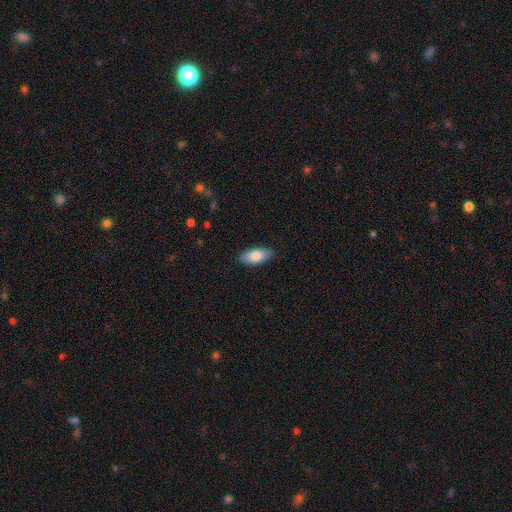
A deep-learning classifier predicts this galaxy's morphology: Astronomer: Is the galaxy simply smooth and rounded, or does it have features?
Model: smooth — 81%.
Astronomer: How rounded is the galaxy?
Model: in between — 90%.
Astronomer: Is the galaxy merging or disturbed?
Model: none — 88%.